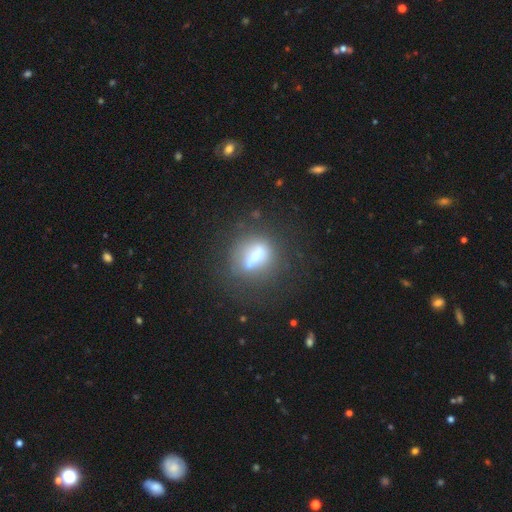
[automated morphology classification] Smooth or featured?
  - featured or disk: 48% *
  - smooth: 39%
  - star or artifact: 13%
Merging?
  - none: 70% *
  - minor disturbance: 14%
  - major disturbance: 12%
  - merger: 4%